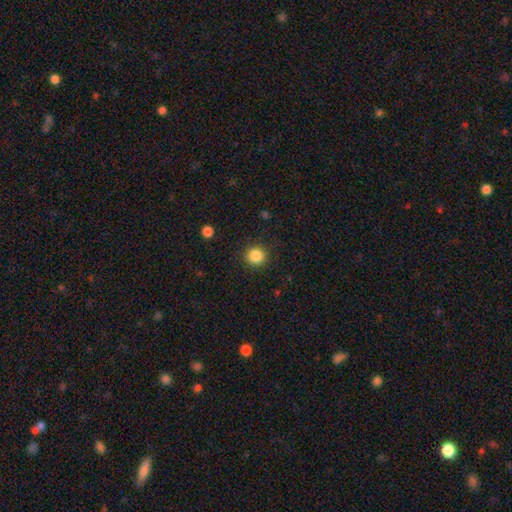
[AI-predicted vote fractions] Q: Smooth or featured?
A: smooth (86%); runner-up: star or artifact (11%)
Q: How rounded?
A: round (93%); runner-up: in between (6%)
Q: Merging?
A: none (90%); runner-up: minor disturbance (6%)